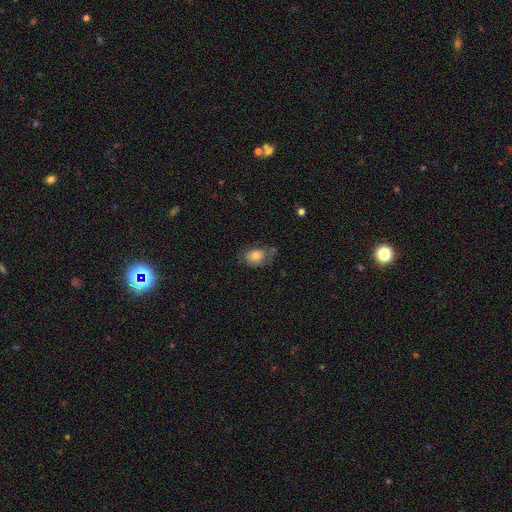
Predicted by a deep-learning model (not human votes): Smooth or featured? smooth (78%)
How rounded? in between (75%)
Merging? none (50%)